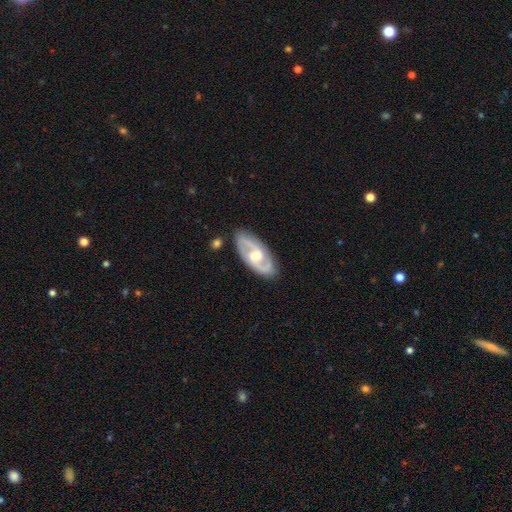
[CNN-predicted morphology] A featured or disk galaxy (84%) with a weak bar (48%), 2 (89%) medium (54%) spiral arms (93%) and a moderate central bulge (62%). Merging: none (84%).